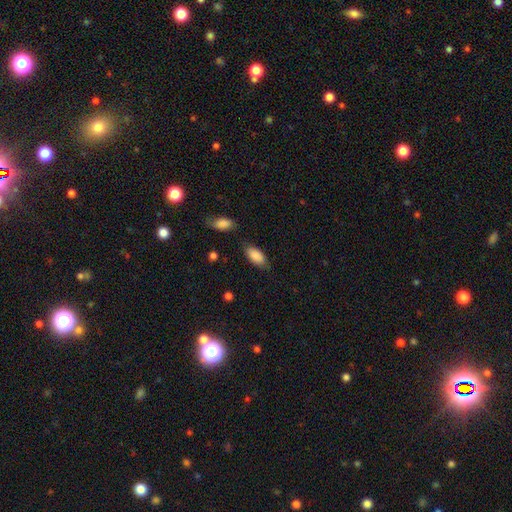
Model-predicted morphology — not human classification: The model was most divided on "merging": none: 74%, minor disturbance: 18%, major disturbance: 5%, merger: 4%. More confident: how rounded — in between (91%); smooth or featured — smooth (87%).